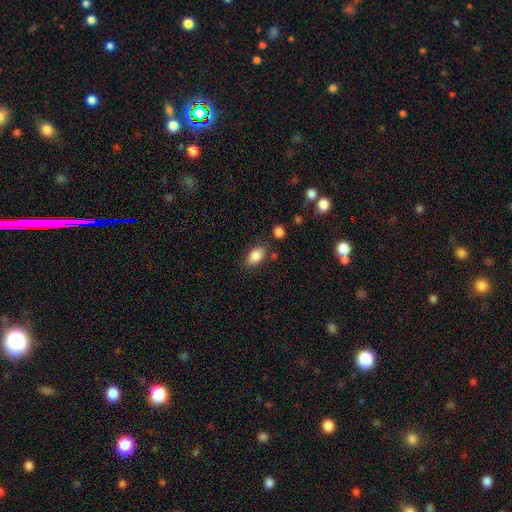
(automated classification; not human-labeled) A smooth galaxy with no disk features (86%) that is in between round and cigar-shaped (89%). Merging: none (79%).